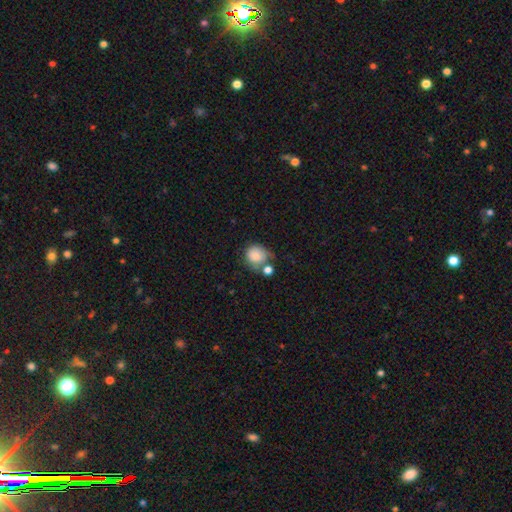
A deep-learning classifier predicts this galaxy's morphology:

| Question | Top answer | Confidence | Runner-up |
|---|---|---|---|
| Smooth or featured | smooth | 80% | featured or disk (11%) |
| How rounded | round | 78% | in between (21%) |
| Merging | none | 39% | merger (26%) |